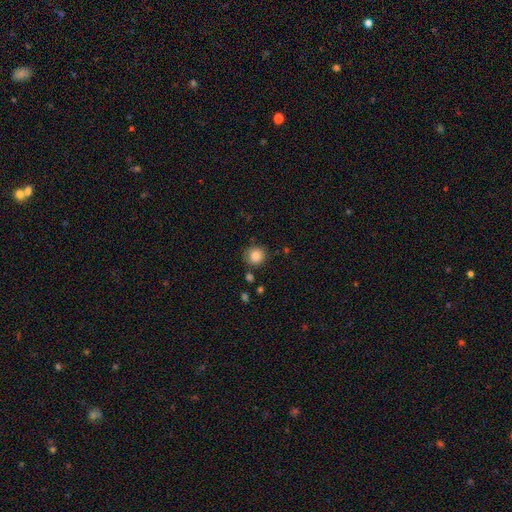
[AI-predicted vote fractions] A smooth galaxy with no disk features (85%) that is round (89%). Merging: none (78%).